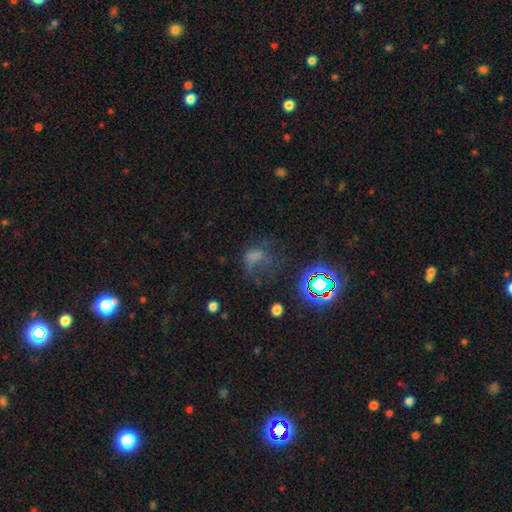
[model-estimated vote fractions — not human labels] Smooth or featured? smooth (38%)
Merging? none (38%)